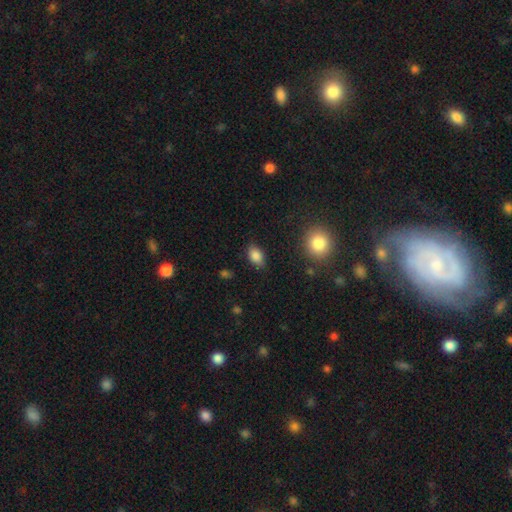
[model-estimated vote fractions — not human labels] Smooth or featured?
  - smooth: 85% *
  - star or artifact: 9%
  - featured or disk: 6%
How rounded?
  - in between: 86% *
  - round: 12%
  - cigar-shaped: 2%
Merging?
  - none: 82% *
  - minor disturbance: 13%
  - major disturbance: 3%
  - merger: 2%